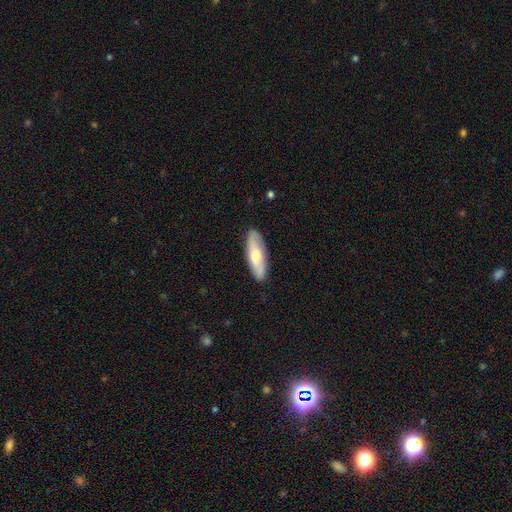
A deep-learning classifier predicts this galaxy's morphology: Smooth or featured? Predicted: smooth (p=0.59). How rounded? Predicted: in between (p=0.53). Merging? Predicted: none (p=0.88).